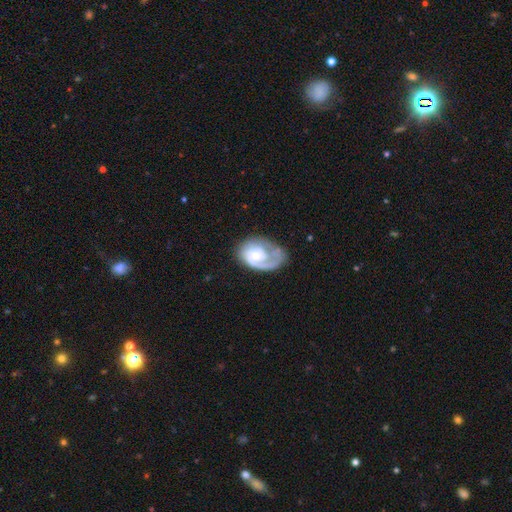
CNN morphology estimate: A featured or disk galaxy (78%) with no bar (68%), 1 (54%) tight (46%) spiral arms (90%) and a small central bulge (51%).

Vote fractions:
- Smooth or featured? featured or disk: 78% / smooth: 17% / star or artifact: 5%
- Edge-on disk? no: 98% / yes: 2%
- Bar? no: 68% / weak: 28% / strong: 5%
- Spiral arms? yes: 90% / no: 10%
- Spiral winding? tight: 46% / medium: 36% / loose: 18%
- Spiral arm count? 1: 54% / 2: 27% / can't tell: 12% / 3: 4% / 4: 1% / more than 4: 1%
- Bulge size? small: 51% / moderate: 37% / none: 5% / large: 5% / dominant: 1%
- Merging? none: 51% / minor disturbance: 23% / major disturbance: 23% / merger: 3%